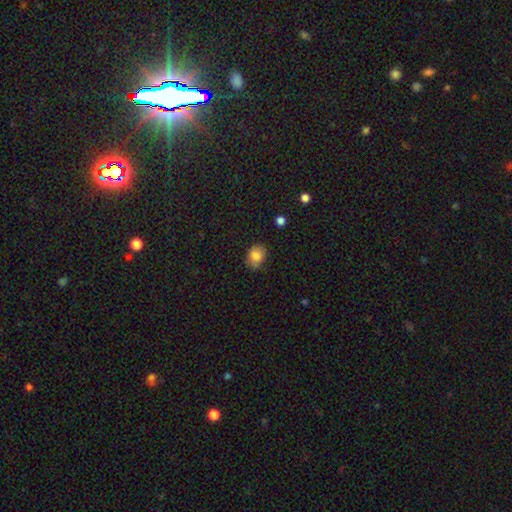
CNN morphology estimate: type=smooth (82%); roundness=in between (61%); merging=none (67%).